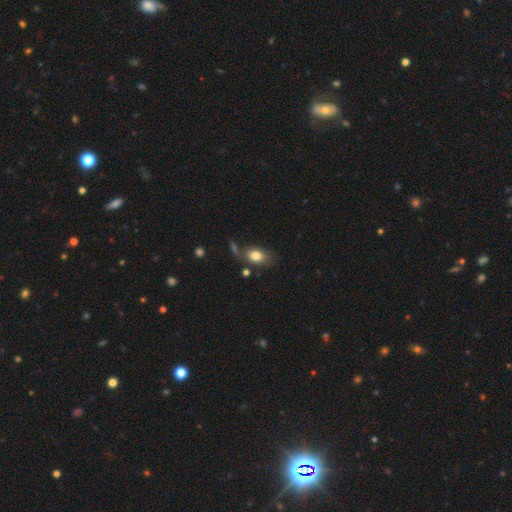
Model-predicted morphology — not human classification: Smooth or featured? smooth (80%)
How rounded? in between (81%)
Merging? none (61%)